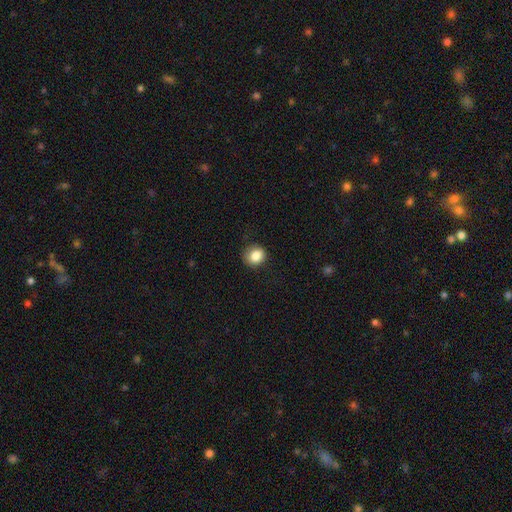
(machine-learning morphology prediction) Smooth or featured? Predicted: smooth (p=0.84). How rounded? Predicted: round (p=0.79). Merging? Predicted: none (p=0.81).